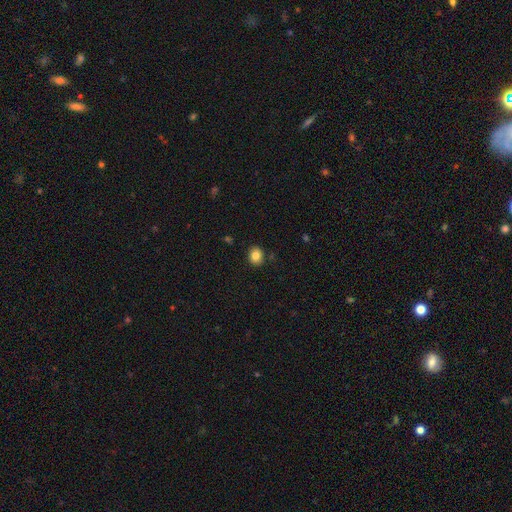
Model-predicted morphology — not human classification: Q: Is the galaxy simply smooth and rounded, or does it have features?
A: smooth — 83%.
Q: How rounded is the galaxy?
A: round — 62%.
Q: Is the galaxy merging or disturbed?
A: none — 87%.